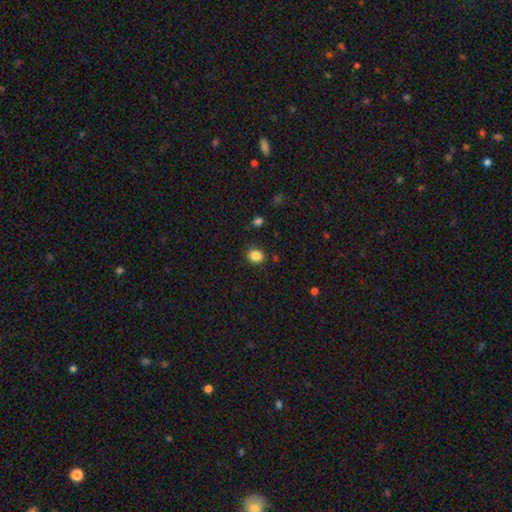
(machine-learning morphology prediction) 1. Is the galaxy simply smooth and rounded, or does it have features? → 85% smooth, 11% star or artifact, 4% featured or disk.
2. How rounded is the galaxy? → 68% round, 31% in between, 1% cigar-shaped.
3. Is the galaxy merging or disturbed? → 85% none, 10% minor disturbance, 3% major disturbance, 2% merger.